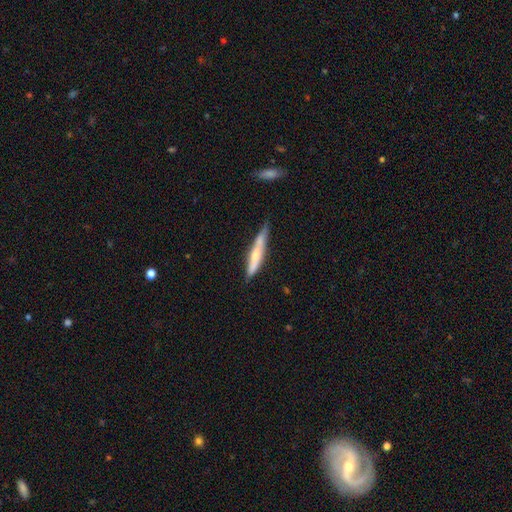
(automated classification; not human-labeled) A smooth galaxy with no disk features (50%).

Vote fractions:
- Smooth or featured? smooth: 50% / featured or disk: 44% / star or artifact: 6%
- Merging? none: 63% / minor disturbance: 28% / major disturbance: 5% / merger: 4%